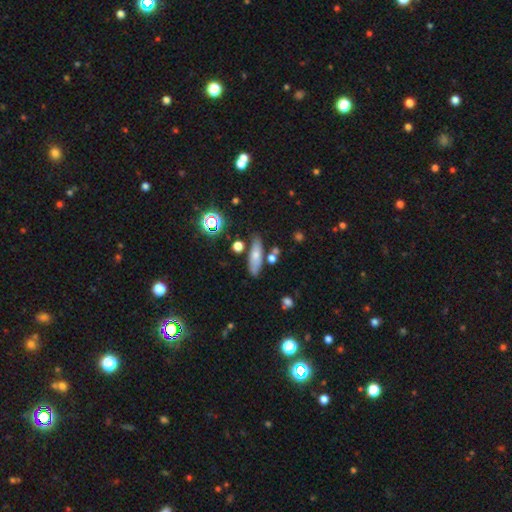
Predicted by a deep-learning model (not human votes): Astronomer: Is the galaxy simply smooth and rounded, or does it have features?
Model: smooth — 66%.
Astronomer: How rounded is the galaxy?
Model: cigar-shaped — 52% (runner-up: in between, 44%).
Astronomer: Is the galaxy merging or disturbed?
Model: none — 75%.